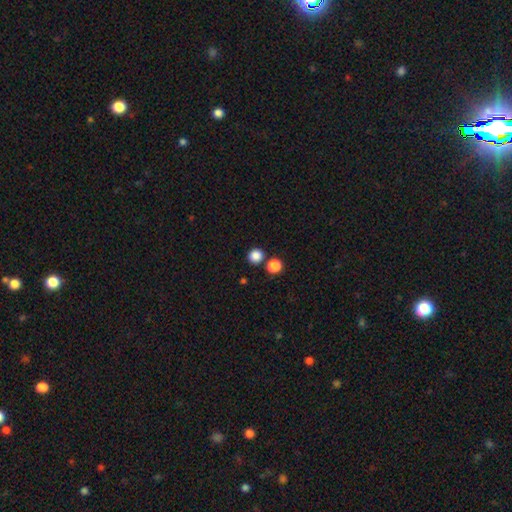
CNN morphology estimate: smooth 85%, star or artifact 12%, featured or disk 3%. Down the decision tree: how rounded — round (91%); merging — none (80%).